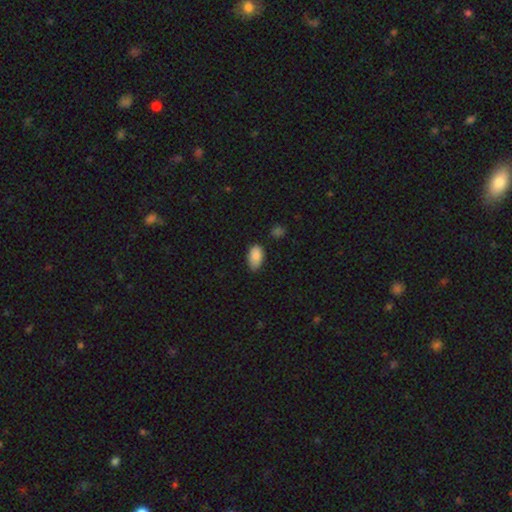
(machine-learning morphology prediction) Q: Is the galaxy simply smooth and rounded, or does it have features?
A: smooth — 88%.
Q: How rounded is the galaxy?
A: in between — 94%.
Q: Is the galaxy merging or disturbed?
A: none — 72%.